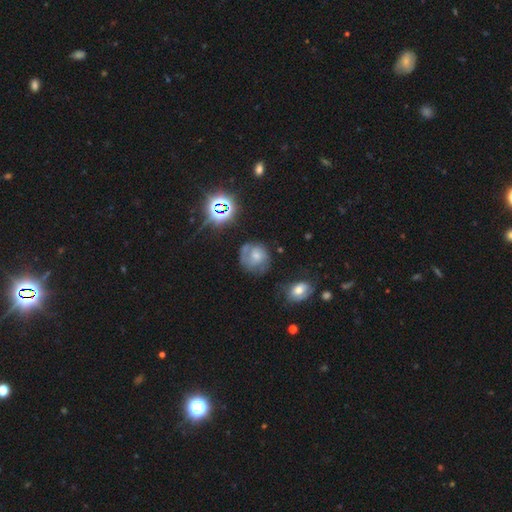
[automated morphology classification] A featured or disk galaxy (48%).

Vote fractions:
- Smooth or featured? featured or disk: 48% / smooth: 37% / star or artifact: 15%
- Merging? none: 54% / minor disturbance: 24% / major disturbance: 15% / merger: 7%